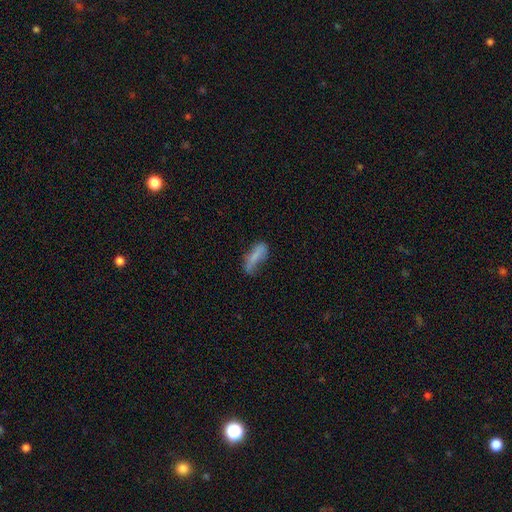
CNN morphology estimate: type=smooth (71%); roundness=cigar-shaped (49%, tied with in between); merging=none (40%).